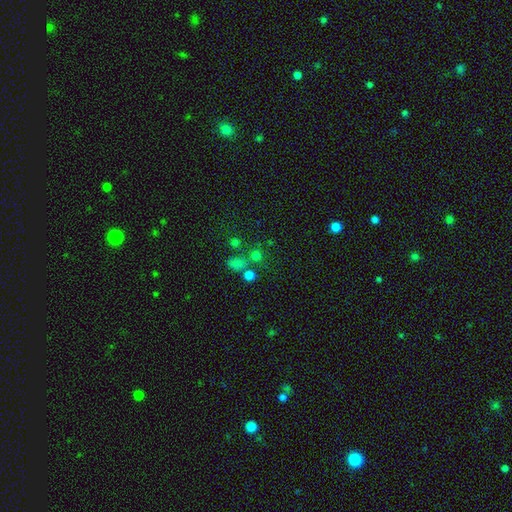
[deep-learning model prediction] This is likely a smooth galaxy (64%). How rounded: clearly round (88%). Merging: likely none (64%).